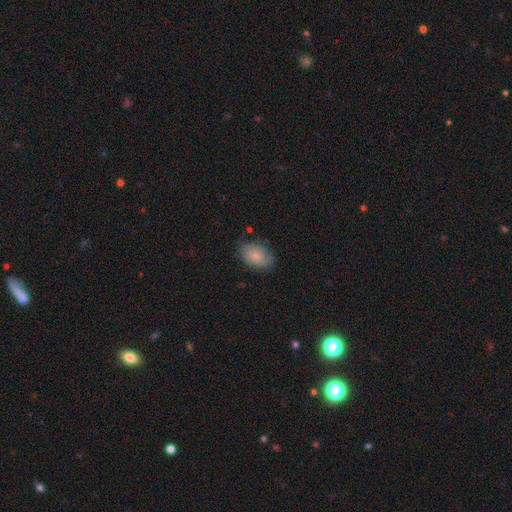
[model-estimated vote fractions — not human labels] This appears to be a smooth galaxy with no disk features (81%) that is in between round and cigar-shaped (86%). Merging: none (74%).